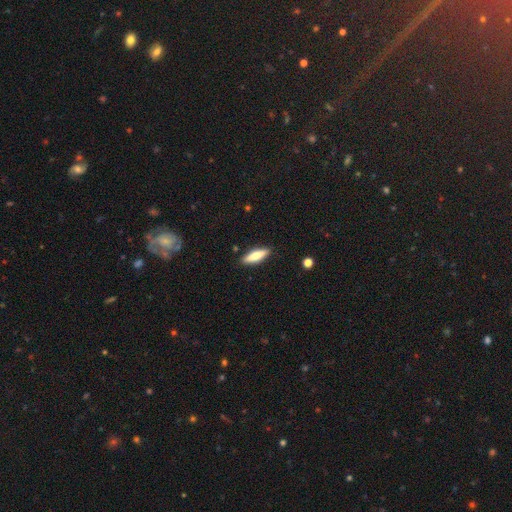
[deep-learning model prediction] Smooth or featured: smooth — 71% (featured or disk — 23%)
How rounded: cigar-shaped — 58% (in between — 40%)
Merging: none — 88% (minor disturbance — 9%)